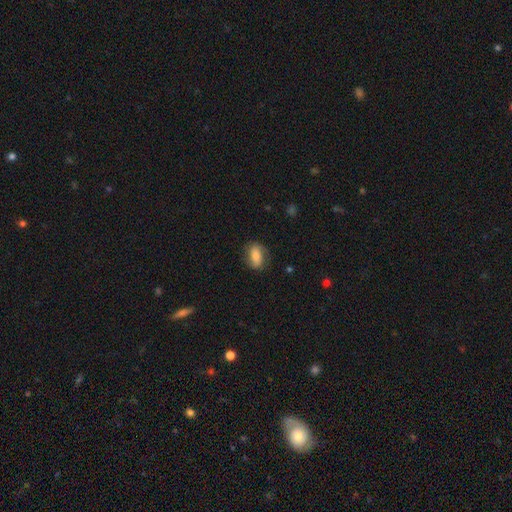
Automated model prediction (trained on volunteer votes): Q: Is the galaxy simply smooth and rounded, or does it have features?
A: smooth — 68%.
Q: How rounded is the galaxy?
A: in between — 81%.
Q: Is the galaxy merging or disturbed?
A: none — 75%.